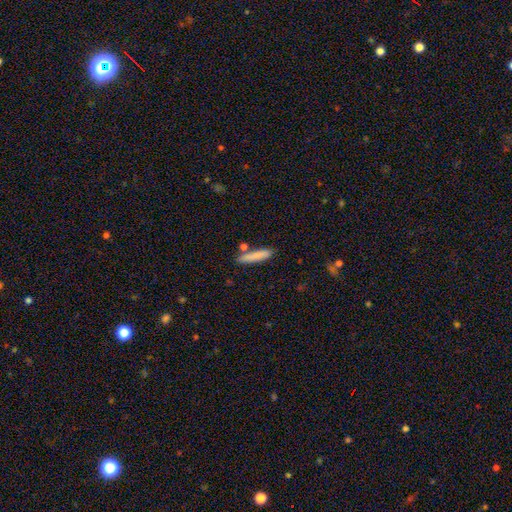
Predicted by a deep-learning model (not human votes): smooth-or-featured: smooth: 81% | featured or disk: 12% | star or artifact: 7%
  how-rounded: cigar-shaped: 88% | in between: 10% | round: 2%
  merging: none: 81% | minor disturbance: 10% | merger: 7% | major disturbance: 2%